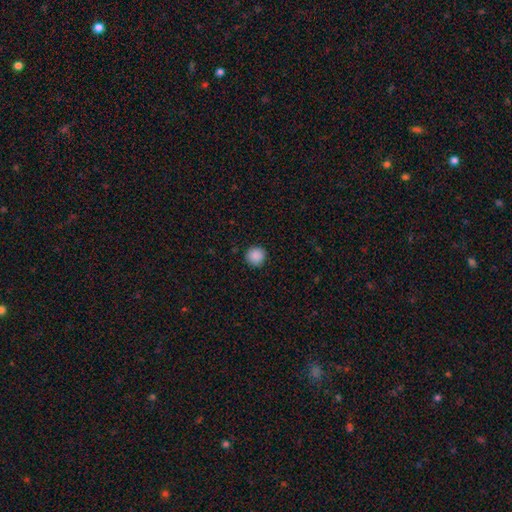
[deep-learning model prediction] smooth 89%, star or artifact 9%, featured or disk 2%. Down the decision tree: how rounded — round (95%); merging — none (92%).